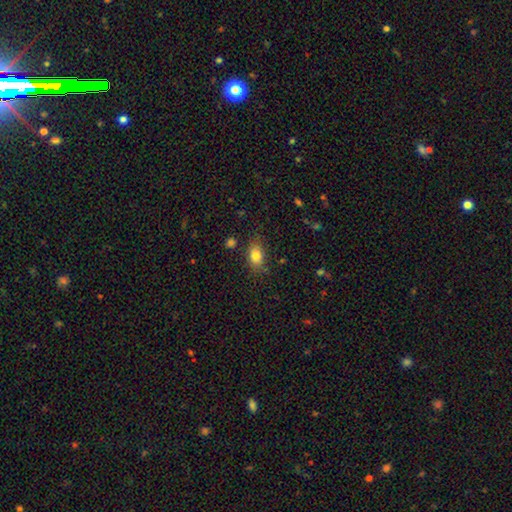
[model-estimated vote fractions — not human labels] smooth-or-featured: smooth: 81% | star or artifact: 10% | featured or disk: 9%
  how-rounded: in between: 80% | round: 18% | cigar-shaped: 3%
  merging: none: 77% | minor disturbance: 16% | major disturbance: 4% | merger: 3%